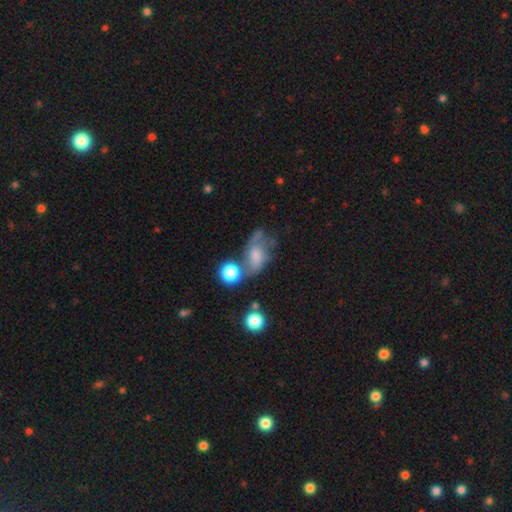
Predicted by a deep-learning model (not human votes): Smooth or featured? featured or disk (46%)
Merging? none (35%)